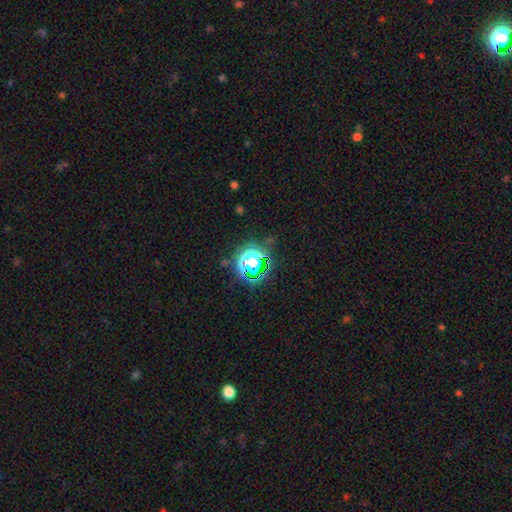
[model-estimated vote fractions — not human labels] smooth_or_featured: star or artifact (p=0.75) [alt: smooth p=0.18]